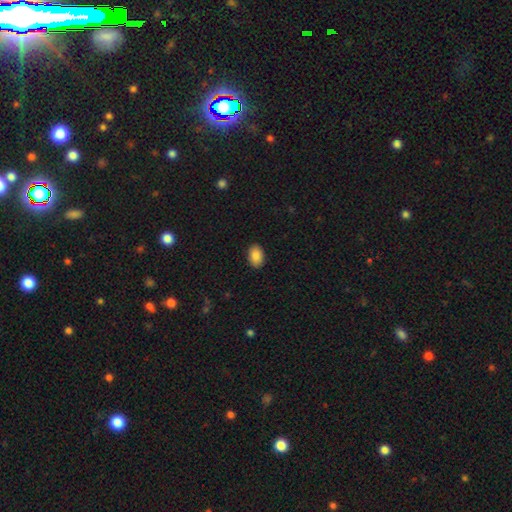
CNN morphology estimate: Smooth or featured?
  - smooth: 87% *
  - star or artifact: 7%
  - featured or disk: 5%
How rounded?
  - in between: 84% *
  - round: 15%
  - cigar-shaped: 1%
Merging?
  - none: 90% *
  - minor disturbance: 8%
  - major disturbance: 2%
  - merger: 1%